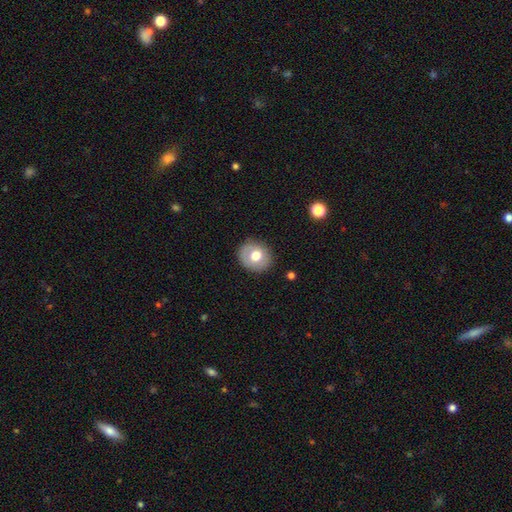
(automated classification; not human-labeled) Smooth or featured? smooth (68%)
How rounded? round (81%)
Merging? none (86%)